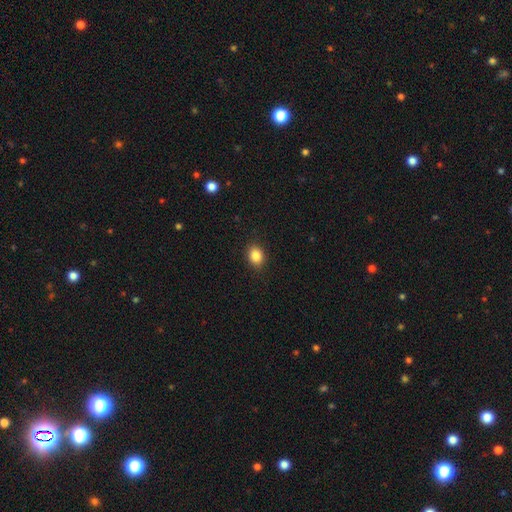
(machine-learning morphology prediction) smooth 86%, star or artifact 10%, featured or disk 5%. Down the decision tree: how rounded — round (53%); merging — none (89%).